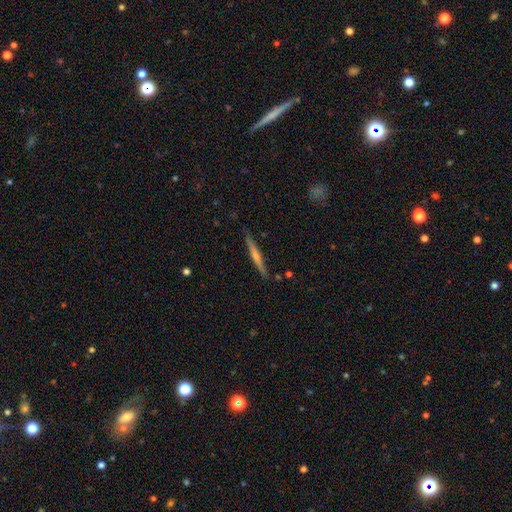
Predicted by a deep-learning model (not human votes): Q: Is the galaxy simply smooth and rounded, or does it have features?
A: featured or disk — 64%.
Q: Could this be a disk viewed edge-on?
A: yes — 98%.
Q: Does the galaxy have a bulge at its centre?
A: rounded — 63%.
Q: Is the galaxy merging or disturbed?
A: none — 90%.